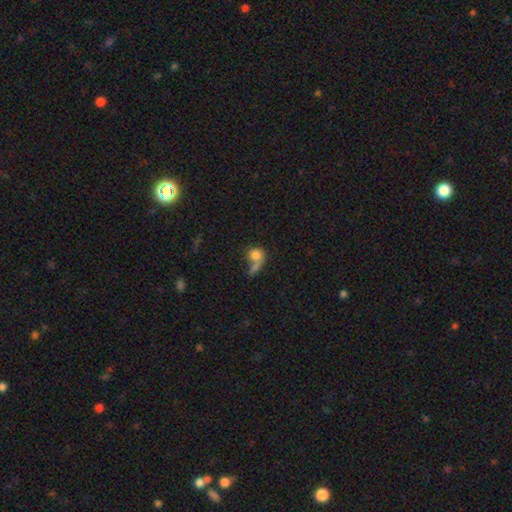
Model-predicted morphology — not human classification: A smooth galaxy with no disk features (73%) that is round (62%). Merging: merger (40%).